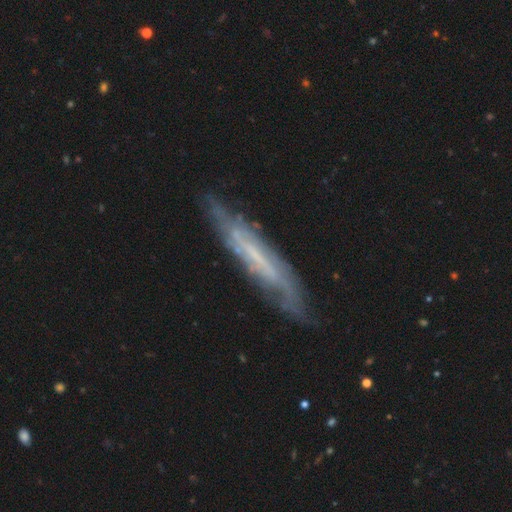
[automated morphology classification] smooth-or-featured: featured or disk: 69% | smooth: 24% | star or artifact: 7%
  disk-edge-on: yes: 56% | no: 44%
  merging: none: 72% | minor disturbance: 20% | major disturbance: 6% | merger: 2%